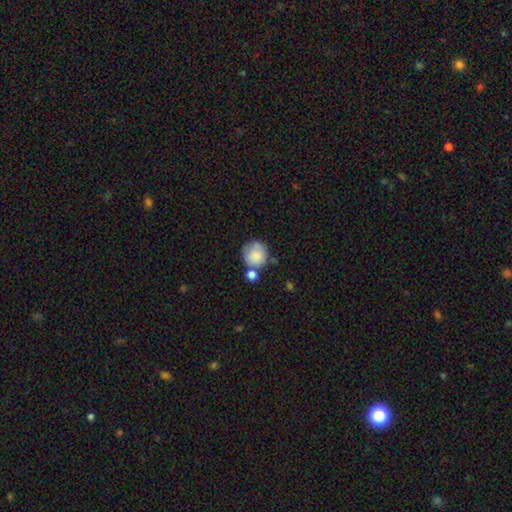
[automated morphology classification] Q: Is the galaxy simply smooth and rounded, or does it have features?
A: smooth — 80%.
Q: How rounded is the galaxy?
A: round — 87%.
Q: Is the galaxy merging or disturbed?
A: none — 49%.